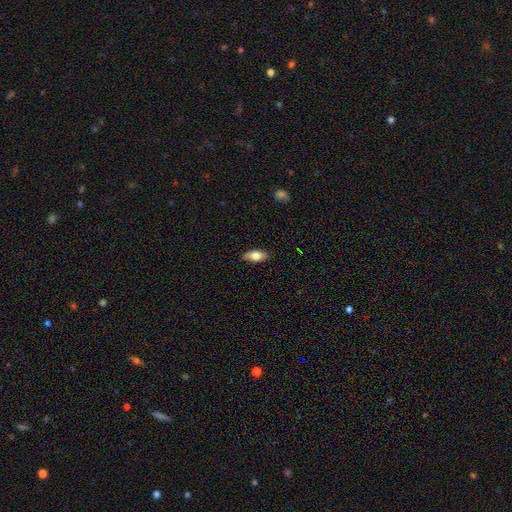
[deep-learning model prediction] smooth-or-featured: smooth: 73% | featured or disk: 20% | star or artifact: 7%
  how-rounded: in between: 83% | cigar-shaped: 14% | round: 4%
  merging: none: 85% | minor disturbance: 12% | major disturbance: 2% | merger: 1%